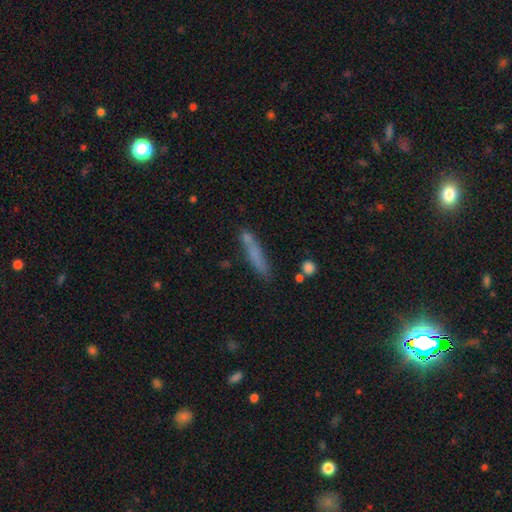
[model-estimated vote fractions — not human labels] Smooth or featured? smooth (70%)
How rounded? cigar-shaped (86%)
Merging? none (66%)